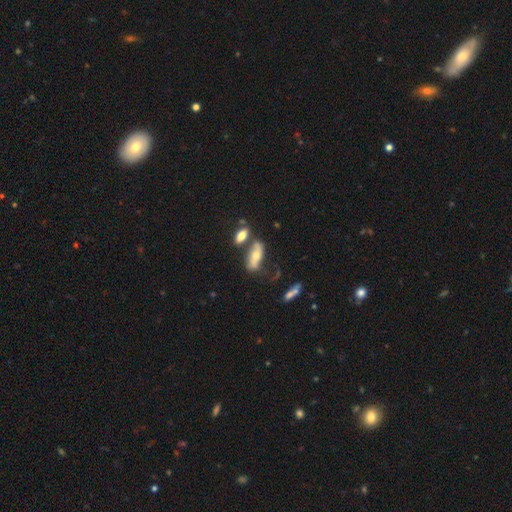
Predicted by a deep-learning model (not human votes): This is possibly a smooth galaxy (50%). Merging: possibly none (49%).